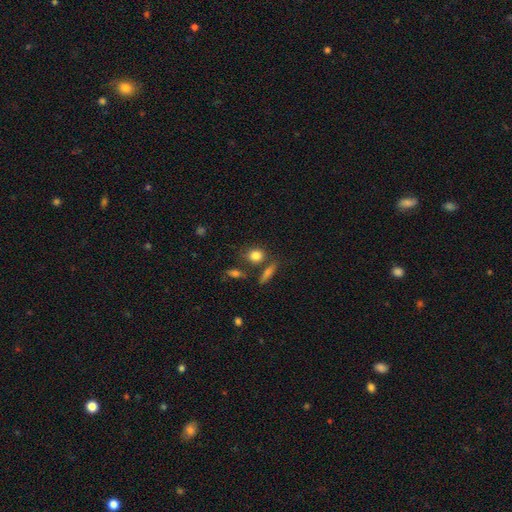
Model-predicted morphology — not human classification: Smooth or featured? smooth (83%)
How rounded? round (61%)
Merging? none (67%)